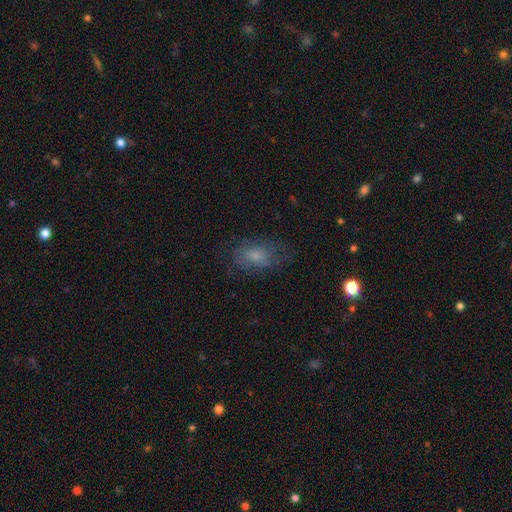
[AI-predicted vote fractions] smooth-or-featured: smooth: 65% | featured or disk: 24% | star or artifact: 12%
  how-rounded: in between: 82% | round: 16% | cigar-shaped: 2%
  merging: none: 62% | minor disturbance: 22% | major disturbance: 15% | merger: 1%